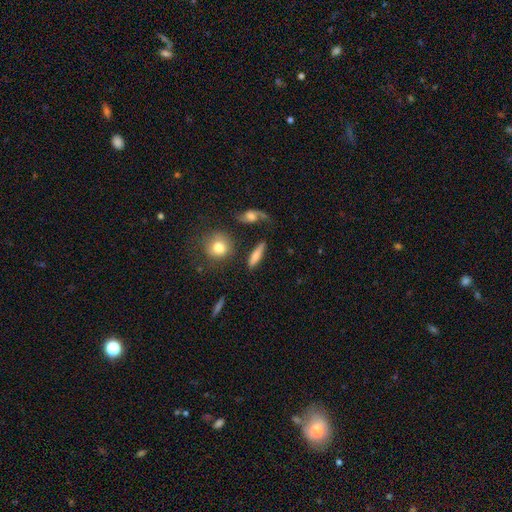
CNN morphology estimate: Smooth or featured: smooth — 63% (featured or disk — 29%)
How rounded: cigar-shaped — 65% (in between — 26%)
Merging: none — 74% (minor disturbance — 14%)